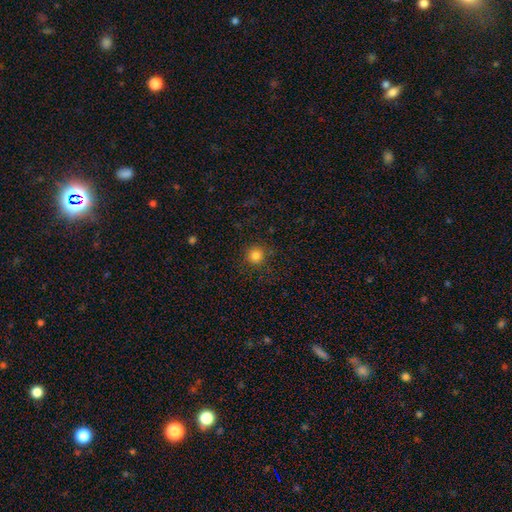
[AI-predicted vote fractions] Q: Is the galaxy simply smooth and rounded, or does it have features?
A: smooth — 83%.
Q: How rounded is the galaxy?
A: round — 95%.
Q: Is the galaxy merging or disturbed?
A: none — 87%.